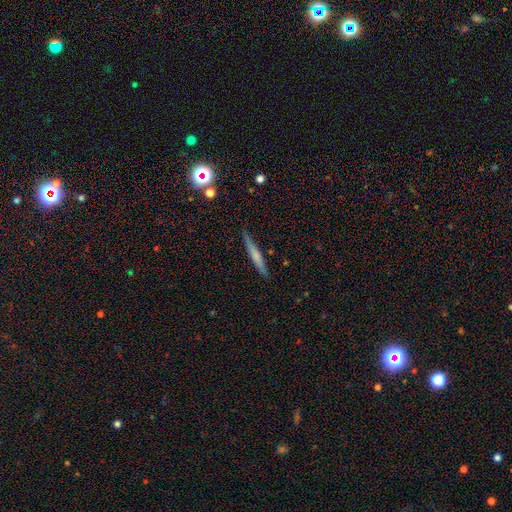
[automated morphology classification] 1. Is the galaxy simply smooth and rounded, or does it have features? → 56% smooth, 37% featured or disk, 7% star or artifact.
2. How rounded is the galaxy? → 94% cigar-shaped, 5% in between, 2% round.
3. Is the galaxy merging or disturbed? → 84% none, 12% minor disturbance, 2% major disturbance, 2% merger.